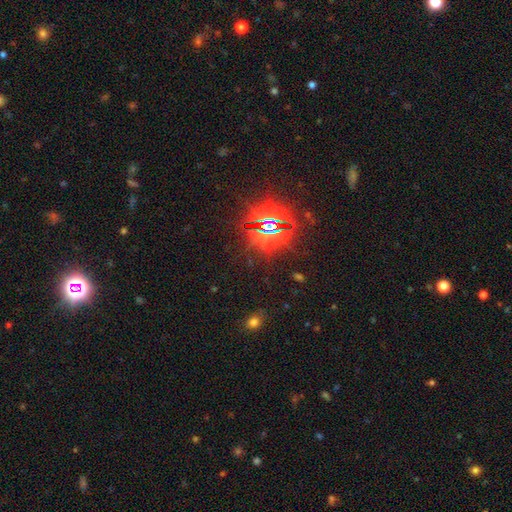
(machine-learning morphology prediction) The model was most divided on "smooth or featured": star or artifact: 84%, smooth: 10%, featured or disk: 6%.